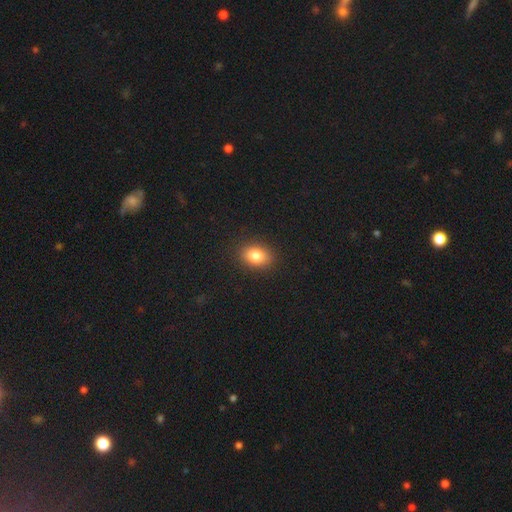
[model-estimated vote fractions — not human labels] Smooth or featured? Predicted: smooth (p=0.82). How rounded? Predicted: in between (p=0.68). Merging? Predicted: none (p=0.89).